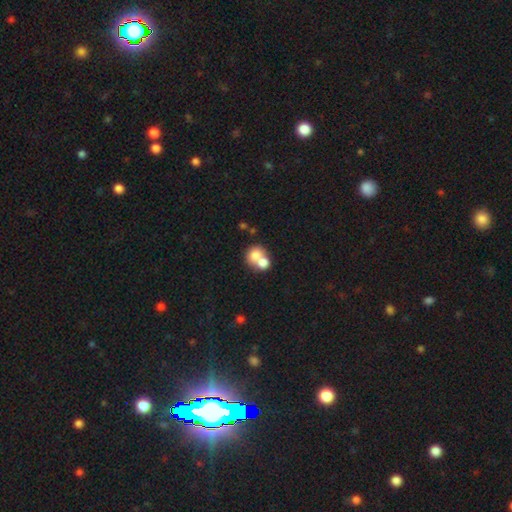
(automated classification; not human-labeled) smooth 73%, featured or disk 18%, star or artifact 9%. Down the decision tree: how rounded — round (70%); merging — merger (66%).